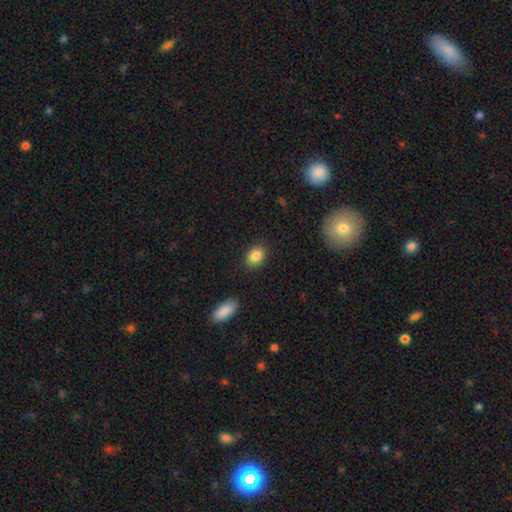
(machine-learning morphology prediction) smooth-or-featured: smooth: 86% | star or artifact: 9% | featured or disk: 5%
  how-rounded: in between: 62% | round: 36% | cigar-shaped: 1%
  merging: none: 86% | minor disturbance: 10% | major disturbance: 3% | merger: 2%